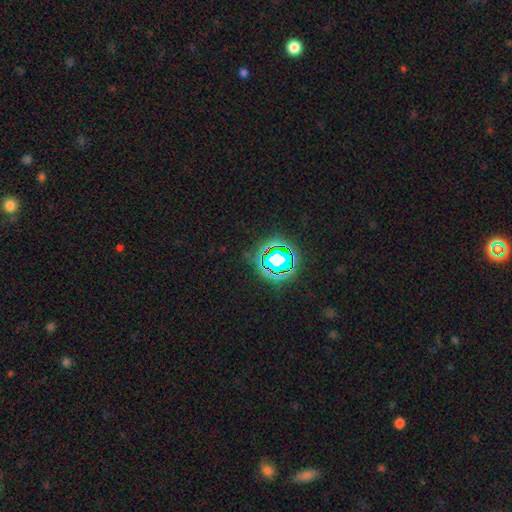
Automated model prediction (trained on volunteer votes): Smooth or featured?
  - star or artifact: 80% *
  - smooth: 14%
  - featured or disk: 6%